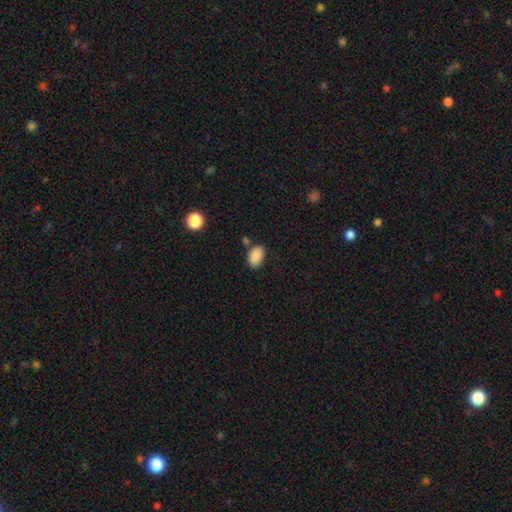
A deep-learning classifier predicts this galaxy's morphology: Smooth or featured? Predicted: smooth (p=0.89). How rounded? Predicted: in between (p=0.90). Merging? Predicted: none (p=0.77).